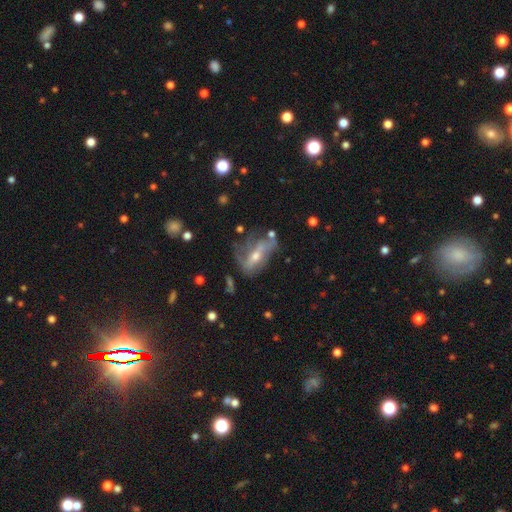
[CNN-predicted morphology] smooth-or-featured: featured or disk: 68% | smooth: 21% | star or artifact: 11%
  disk-edge-on: no: 85% | yes: 15%
    bar: no: 39% | weak: 34% | strong: 27%
    has-spiral-arms: yes: 65% | no: 35%
    bulge-size: moderate: 52% | small: 42% | large: 3% | none: 2% | dominant: 1%
  merging: none: 43% | major disturbance: 25% | minor disturbance: 24% | merger: 7%